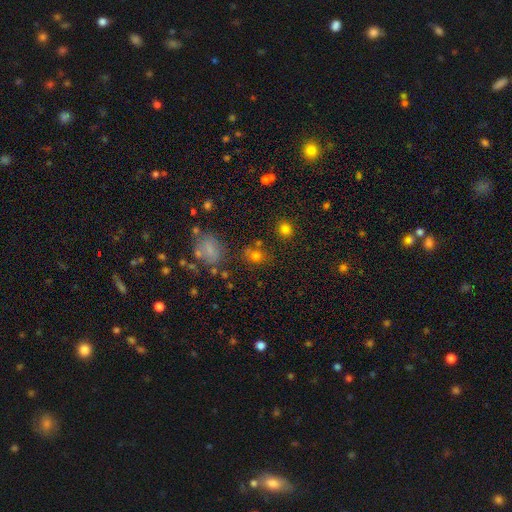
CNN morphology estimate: smooth 73%, star or artifact 18%, featured or disk 9%. Down the decision tree: how rounded — round (73%); merging — none (69%).